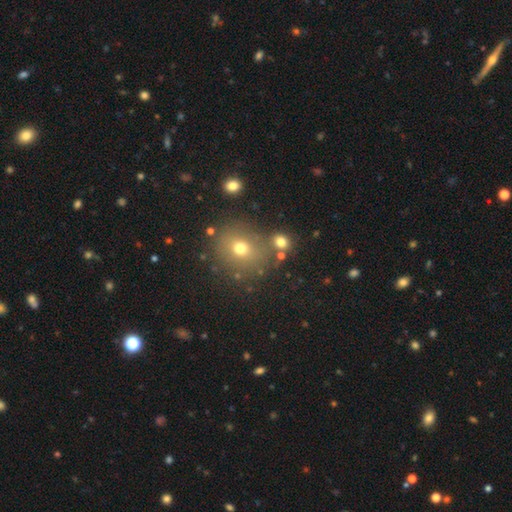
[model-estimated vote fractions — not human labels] Q: Smooth or featured?
A: smooth (50%); runner-up: star or artifact (36%)
Q: How rounded?
A: round (85%); runner-up: in between (14%)
Q: Merging?
A: none (77%); runner-up: merger (10%)